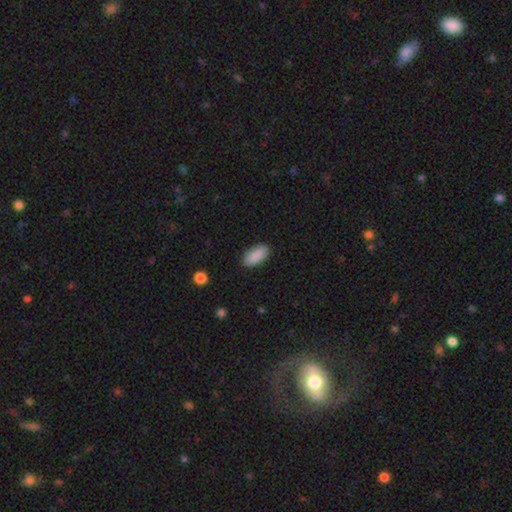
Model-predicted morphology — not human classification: Smooth or featured?
  - smooth: 90% *
  - star or artifact: 6%
  - featured or disk: 4%
How rounded?
  - in between: 88% *
  - cigar-shaped: 10%
  - round: 2%
Merging?
  - none: 88% *
  - minor disturbance: 9%
  - major disturbance: 2%
  - merger: 1%